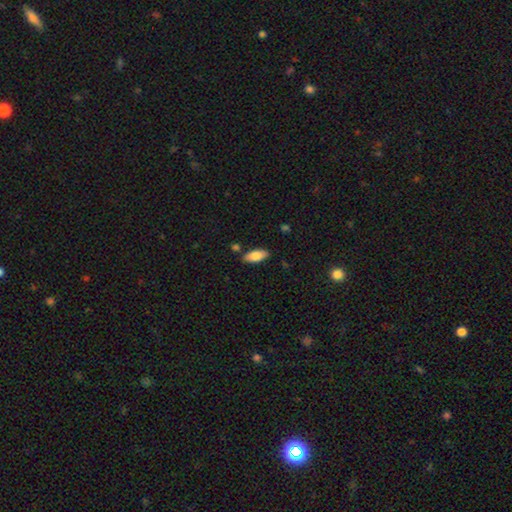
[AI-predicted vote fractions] smooth_or_featured: smooth (p=0.81) [alt: featured or disk p=0.12]
how_rounded: in between (p=0.84) [alt: cigar-shaped p=0.14]
merging: none (p=0.83) [alt: minor disturbance p=0.11]